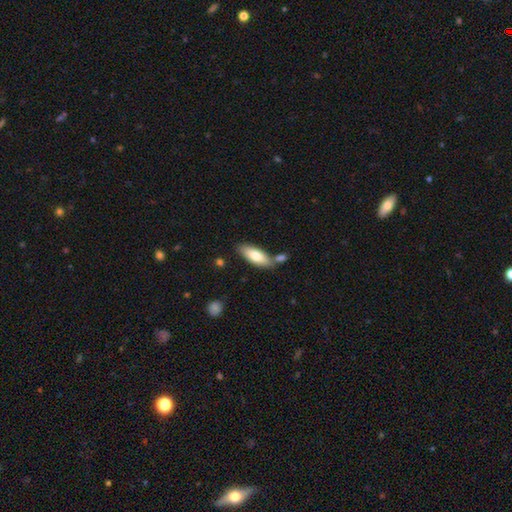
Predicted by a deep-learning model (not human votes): Smooth or featured? Predicted: smooth (p=0.76). How rounded? Predicted: in between (p=0.71). Merging? Predicted: none (p=0.68).